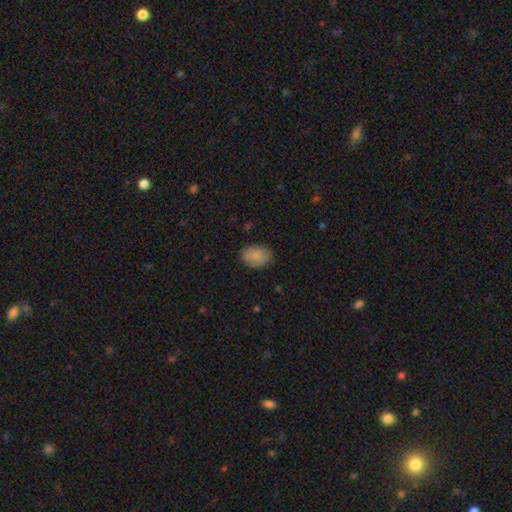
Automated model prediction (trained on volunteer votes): This appears to be a smooth galaxy with no disk features (88%) that is in between round and cigar-shaped (83%). Merging: none (84%).